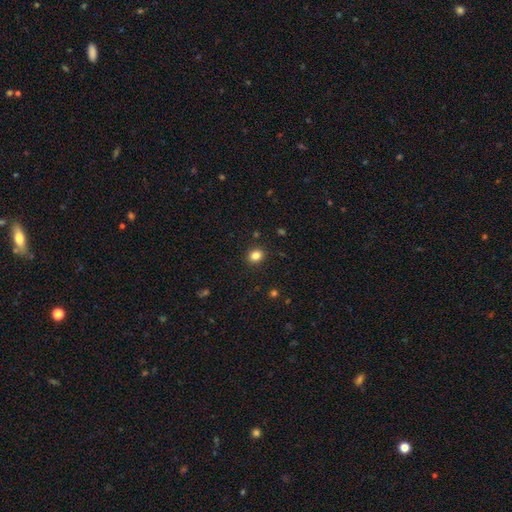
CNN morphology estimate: Smooth or featured? smooth (83%)
How rounded? round (75%)
Merging? none (91%)